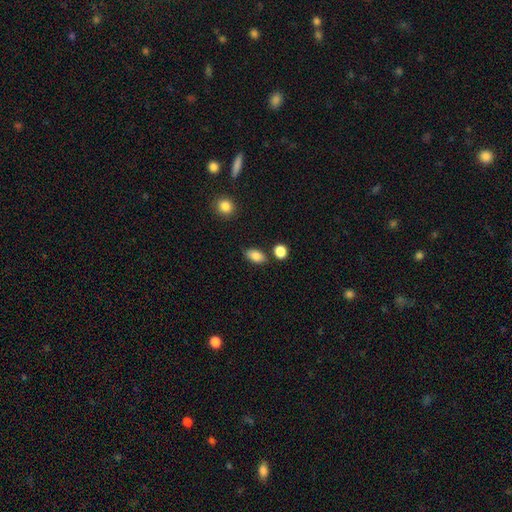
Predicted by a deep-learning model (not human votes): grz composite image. It shows a smooth galaxy with no disk features (85%) that is in between round and cigar-shaped (88%). Merging: none (79%).